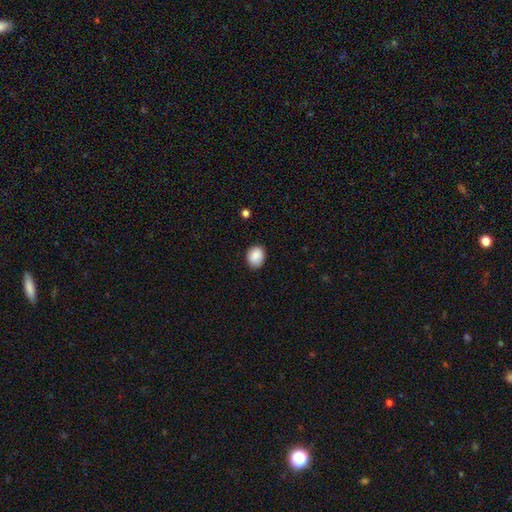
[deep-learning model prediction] This is clearly a smooth galaxy (87%). How rounded: possibly in between (54%). Merging: clearly none (83%).